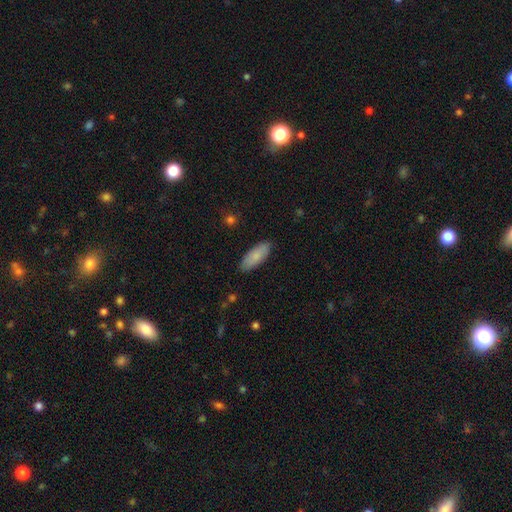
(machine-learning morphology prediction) smooth-or-featured: smooth: 84% | featured or disk: 11% | star or artifact: 6%
  how-rounded: in between: 76% | cigar-shaped: 23% | round: 2%
  merging: none: 87% | minor disturbance: 10% | major disturbance: 2% | merger: 1%